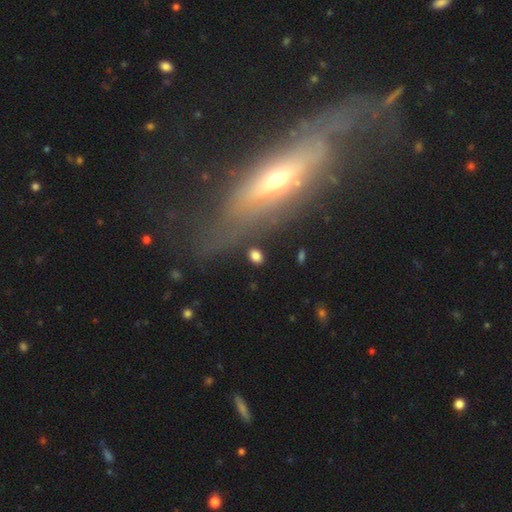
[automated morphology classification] This is likely a smooth galaxy (79%). How rounded: likely in between (70%). Merging: clearly none (85%).